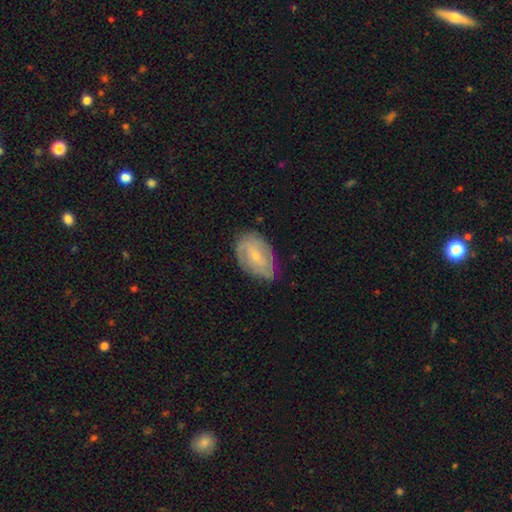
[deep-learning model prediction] smooth_or_featured: featured or disk (p=0.61) [alt: smooth p=0.32]
disk_edge_on: no (p=0.95) [alt: yes p=0.05]
bar: weak (p=0.45) [alt: no p=0.39]
has_spiral_arms: yes (p=0.73) [alt: no p=0.27]
bulge_size: small (p=0.69) [alt: moderate p=0.27]
merging: none (p=0.65) [alt: minor disturbance p=0.27]